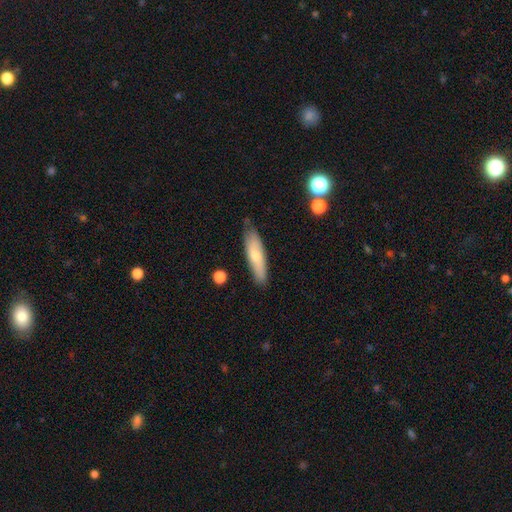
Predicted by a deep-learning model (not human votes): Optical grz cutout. It shows a smooth galaxy with no disk features (67%) that is cigar-shaped (67%). Merging: none (80%).